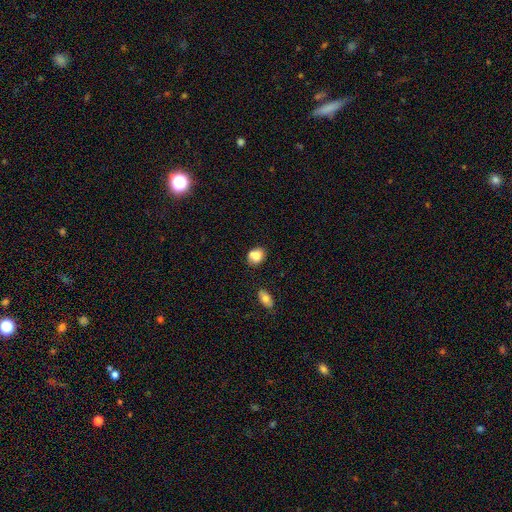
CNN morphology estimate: This is likely a smooth galaxy (79%). How rounded: possibly round (53%). Merging: possibly none (59%).